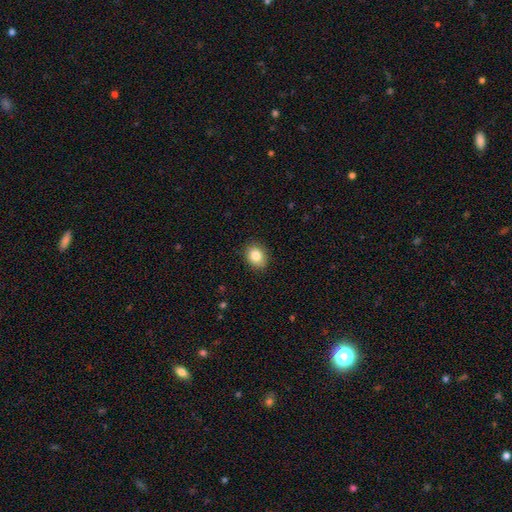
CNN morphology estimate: Smooth or featured?
  - smooth: 85% *
  - star or artifact: 9%
  - featured or disk: 6%
How rounded?
  - in between: 54% *
  - round: 45%
  - cigar-shaped: 1%
Merging?
  - none: 87% *
  - minor disturbance: 10%
  - major disturbance: 2%
  - merger: 1%